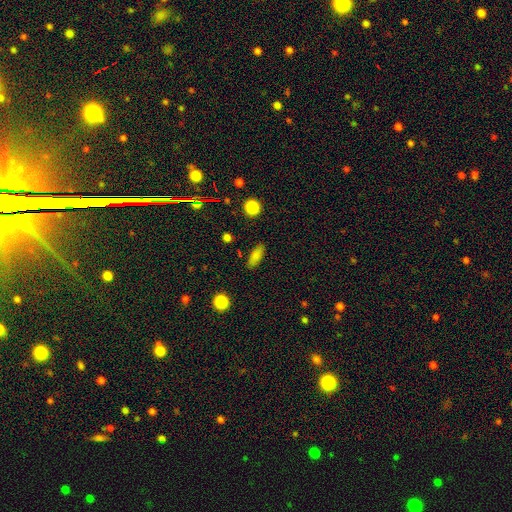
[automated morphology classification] Smooth or featured? smooth (81%)
How rounded? in between (71%)
Merging? none (86%)